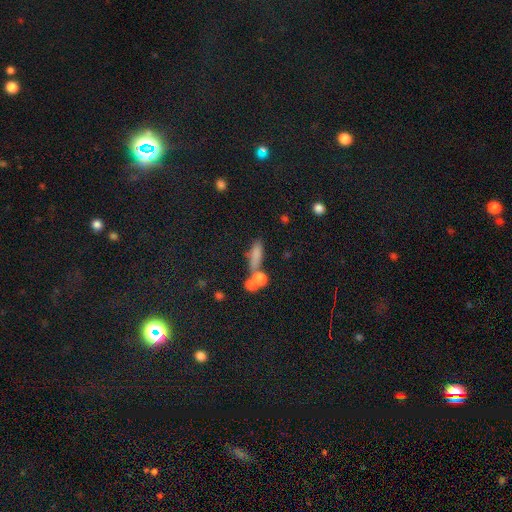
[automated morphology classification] Smooth or featured? smooth (73%)
How rounded? cigar-shaped (48%)
Merging? none (42%)